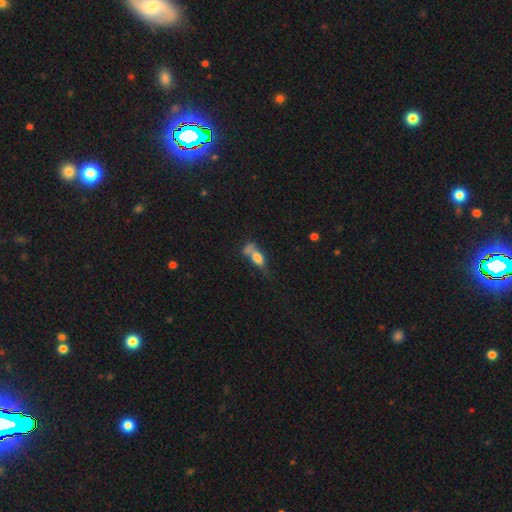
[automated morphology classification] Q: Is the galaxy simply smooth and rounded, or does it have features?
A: smooth — 68%.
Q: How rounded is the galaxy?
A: in between — 74%.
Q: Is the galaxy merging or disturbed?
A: merger — 37%.